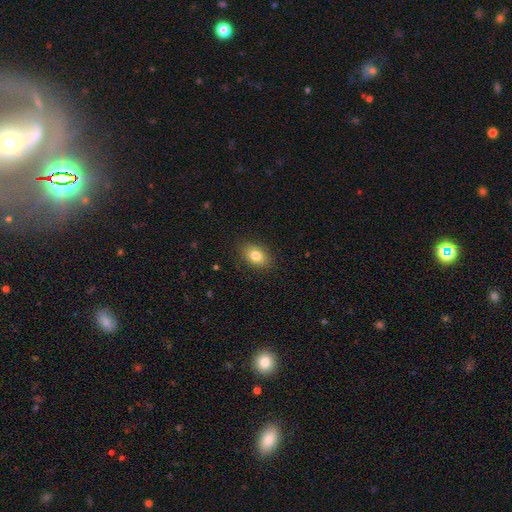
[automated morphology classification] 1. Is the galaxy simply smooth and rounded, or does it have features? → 81% smooth, 10% featured or disk, 9% star or artifact.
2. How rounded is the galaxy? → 79% in between, 19% round, 2% cigar-shaped.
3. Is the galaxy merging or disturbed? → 86% none, 10% minor disturbance, 3% major disturbance, 1% merger.